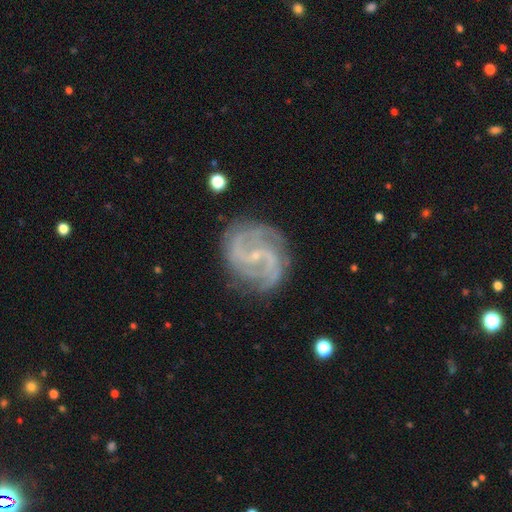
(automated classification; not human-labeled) featured or disk 90%, star or artifact 6%, smooth 4%. Down the decision tree: edge-on disk — no (98%); bar — weak (48%); spiral arms — yes (98%); spiral arm count — 2 (68%); spiral winding — medium (53%); bulge size — small (83%); merging — none (78%).